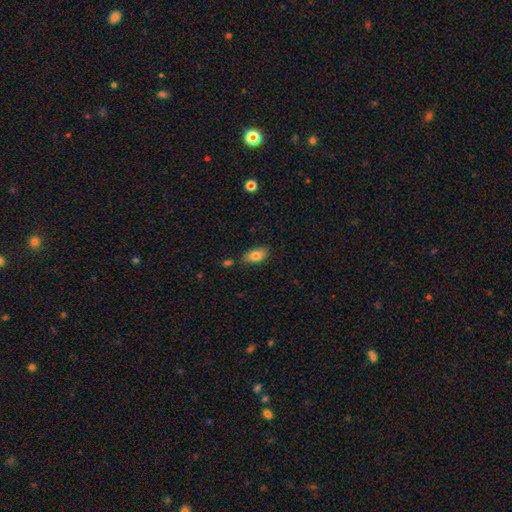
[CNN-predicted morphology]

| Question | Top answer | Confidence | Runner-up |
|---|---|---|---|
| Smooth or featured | smooth | 81% | featured or disk (11%) |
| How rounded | in between | 90% | round (6%) |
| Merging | none | 73% | minor disturbance (17%) |